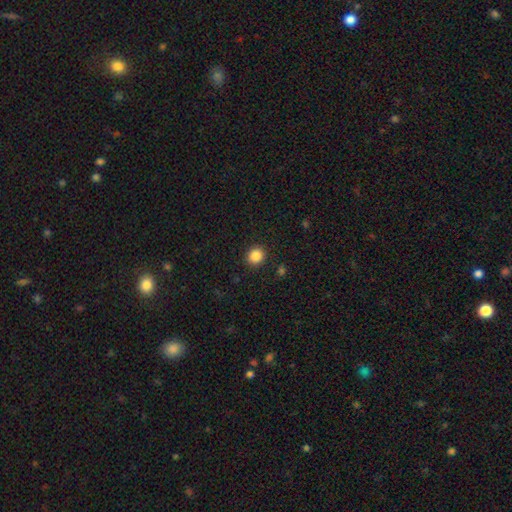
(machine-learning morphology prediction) A smooth galaxy with no disk features (86%) that is round (85%). Merging: none (91%).